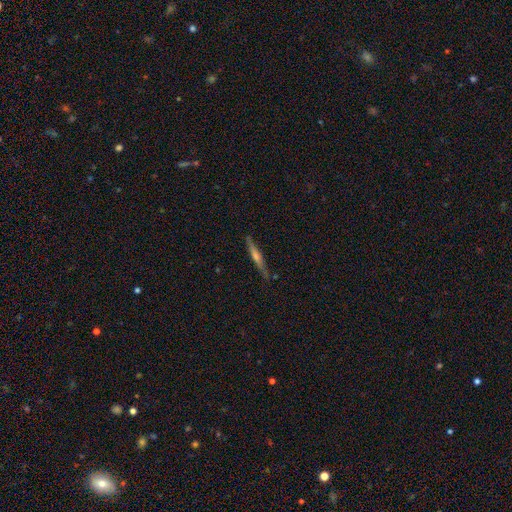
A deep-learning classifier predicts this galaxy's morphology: A featured or disk galaxy (66%) viewed edge-on (97%) with a rounded central bulge (71%).

Vote fractions:
- Smooth or featured? featured or disk: 66% / smooth: 27% / star or artifact: 7%
- Edge-on disk? yes: 97% / no: 3%
- Edge-on bulge? rounded: 71% / none: 18% / boxy: 10%
- Merging? none: 87% / minor disturbance: 10% / major disturbance: 2% / merger: 2%